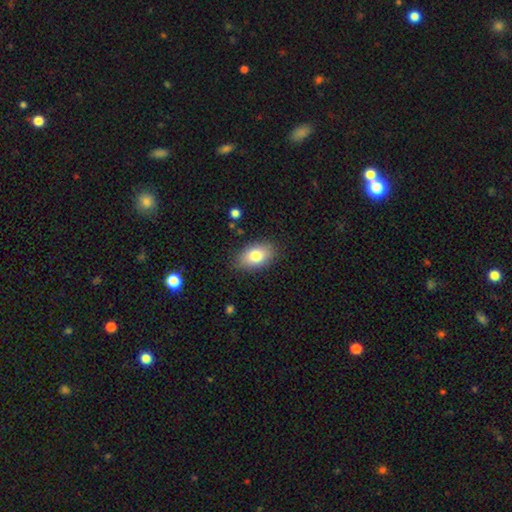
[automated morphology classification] A smooth galaxy with no disk features (79%) that is in between round and cigar-shaped (89%). Merging: none (84%).